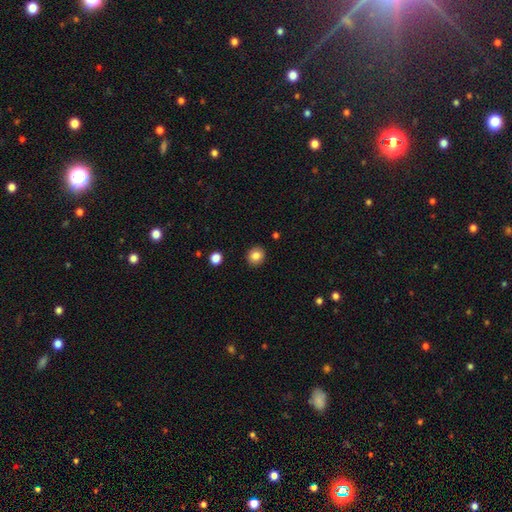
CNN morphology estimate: smooth-or-featured: smooth: 85% | star or artifact: 10% | featured or disk: 5%
  how-rounded: round: 82% | in between: 17% | cigar-shaped: 1%
  merging: none: 91% | minor disturbance: 6% | major disturbance: 2% | merger: 1%